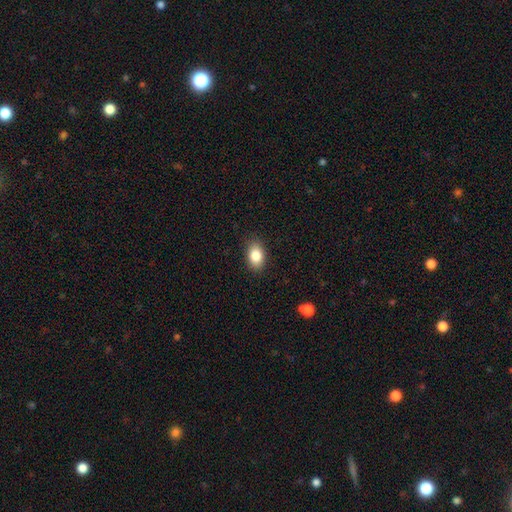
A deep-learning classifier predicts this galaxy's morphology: A smooth galaxy with no disk features (84%) that is in between round and cigar-shaped (85%).

Vote fractions:
- Smooth or featured? smooth: 84% / star or artifact: 8% / featured or disk: 7%
- How rounded? in between: 85% / round: 14% / cigar-shaped: 1%
- Merging? none: 87% / minor disturbance: 9% / major disturbance: 2% / merger: 1%